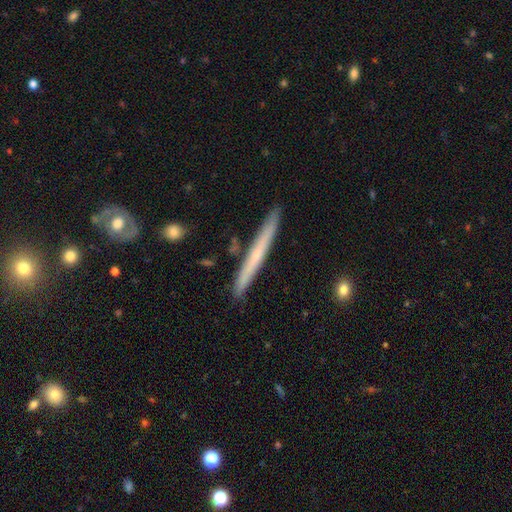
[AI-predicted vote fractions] Smooth or featured?
  - featured or disk: 49% *
  - smooth: 45%
  - star or artifact: 6%
Merging?
  - none: 88% *
  - minor disturbance: 8%
  - merger: 2%
  - major disturbance: 1%